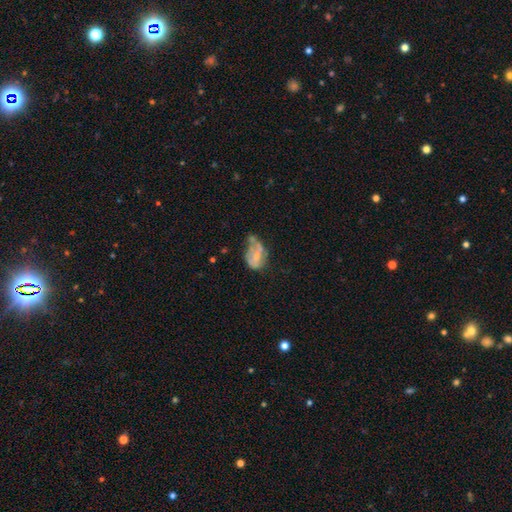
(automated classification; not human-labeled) Q: Smooth or featured?
A: featured or disk (48%); runner-up: smooth (42%)
Q: Merging?
A: minor disturbance (30%); runner-up: major disturbance (29%)